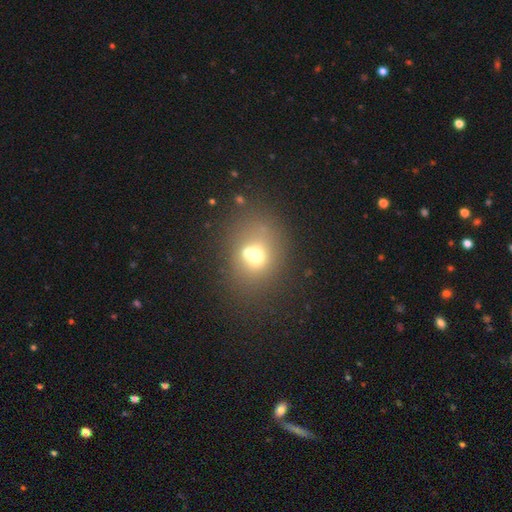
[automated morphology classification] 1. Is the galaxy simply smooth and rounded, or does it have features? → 61% smooth, 24% featured or disk, 15% star or artifact.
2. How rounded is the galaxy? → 61% round, 38% in between, 1% cigar-shaped.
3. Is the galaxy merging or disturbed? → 46% merger, 40% none, 9% minor disturbance, 5% major disturbance.